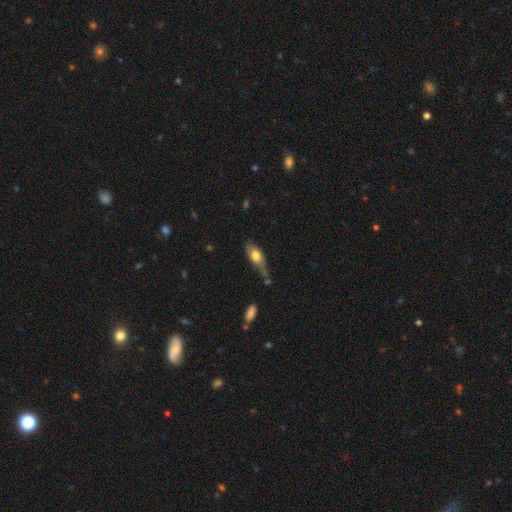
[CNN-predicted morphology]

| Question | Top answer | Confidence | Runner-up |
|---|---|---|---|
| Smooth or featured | smooth | 68% | featured or disk (25%) |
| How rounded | in between | 68% | cigar-shaped (27%) |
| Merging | none | 39% | minor disturbance (36%) |